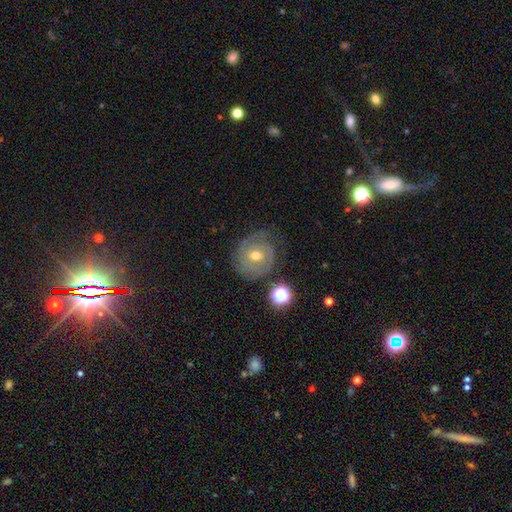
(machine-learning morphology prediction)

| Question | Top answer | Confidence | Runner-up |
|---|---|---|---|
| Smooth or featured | featured or disk | 76% | smooth (15%) |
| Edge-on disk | no | 97% | yes (3%) |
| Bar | no | 60% | weak (32%) |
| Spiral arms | yes | 90% | no (10%) |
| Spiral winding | tight | 73% | medium (21%) |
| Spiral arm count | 2 | 48% | can't tell (27%) |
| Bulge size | moderate | 73% | small (22%) |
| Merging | none | 73% | minor disturbance (17%) |